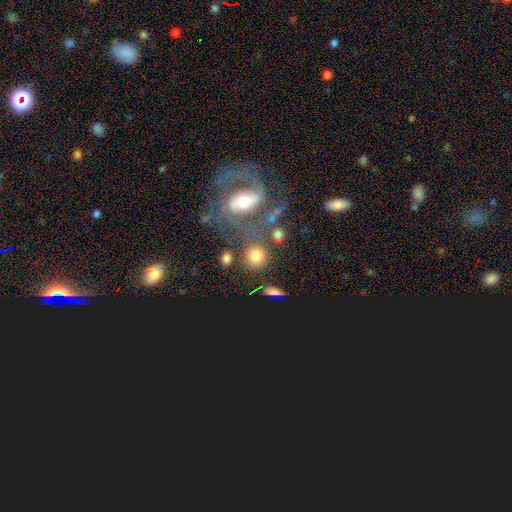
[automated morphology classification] Smooth or featured? Predicted: smooth (p=0.71). How rounded? Predicted: round (p=0.79). Merging? Predicted: none (p=0.62).